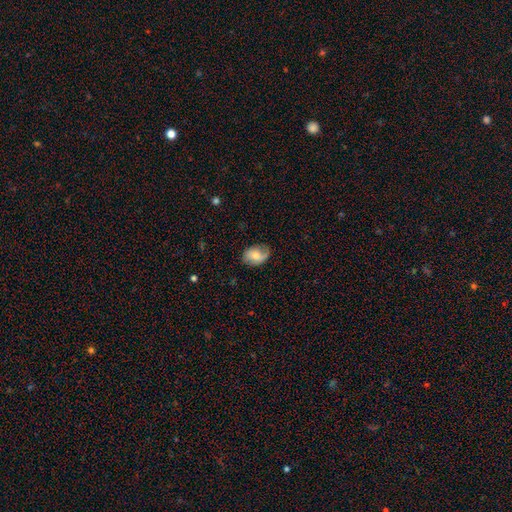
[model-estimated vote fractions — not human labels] This is possibly a smooth galaxy (54%). How rounded: likely in between (76%). Merging: likely none (68%).